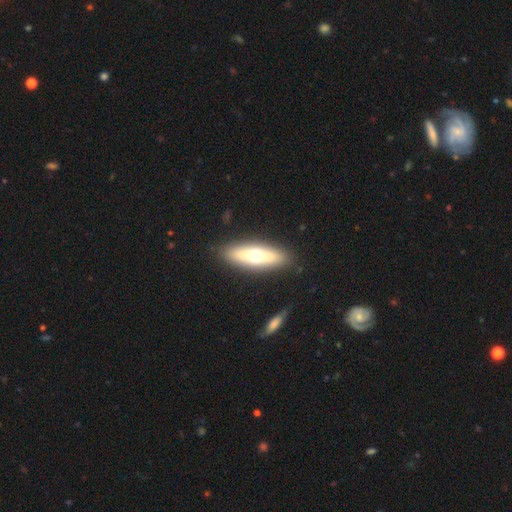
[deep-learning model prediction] Morphology: type=smooth (55%); roundness=in between (51%); merging=none (87%).